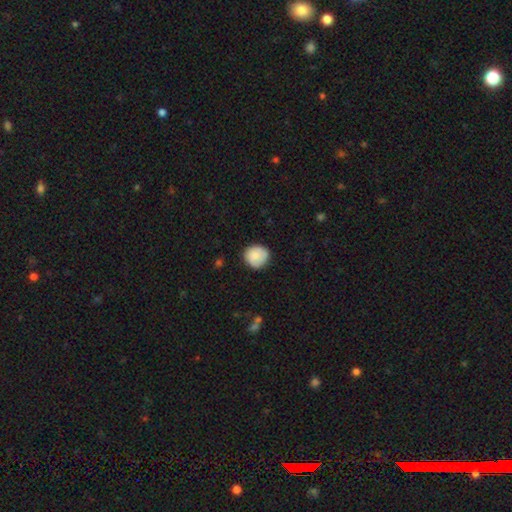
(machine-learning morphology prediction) smooth-or-featured: smooth: 86% | star or artifact: 7% | featured or disk: 7%
  how-rounded: round: 89% | in between: 11% | cigar-shaped: 1%
  merging: none: 81% | minor disturbance: 15% | major disturbance: 3% | merger: 1%